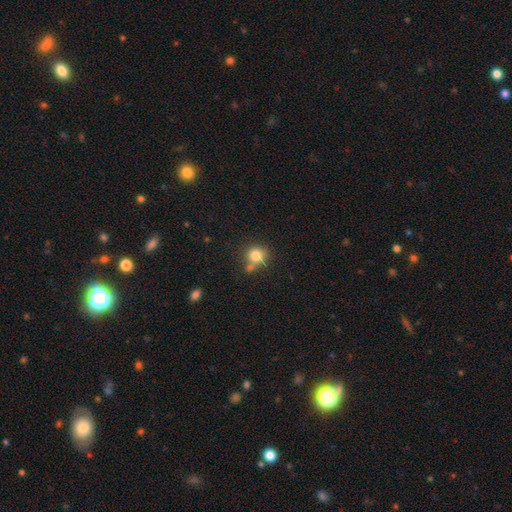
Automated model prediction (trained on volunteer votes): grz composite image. It shows a smooth galaxy with no disk features (81%) that is round (82%). Merging: none (62%).